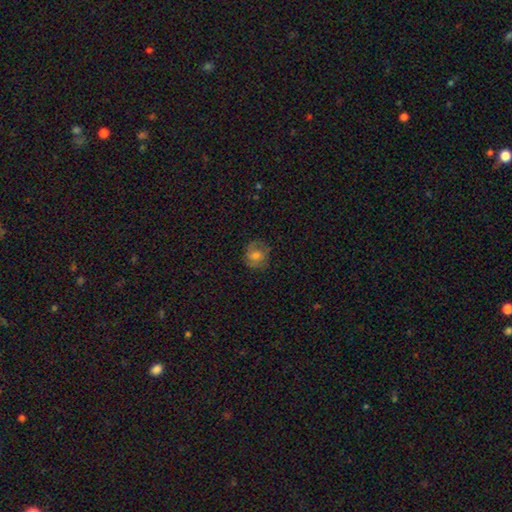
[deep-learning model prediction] Smooth or featured: smooth — 53% (featured or disk — 35%)
How rounded: round — 77% (in between — 22%)
Merging: none — 72% (minor disturbance — 18%)